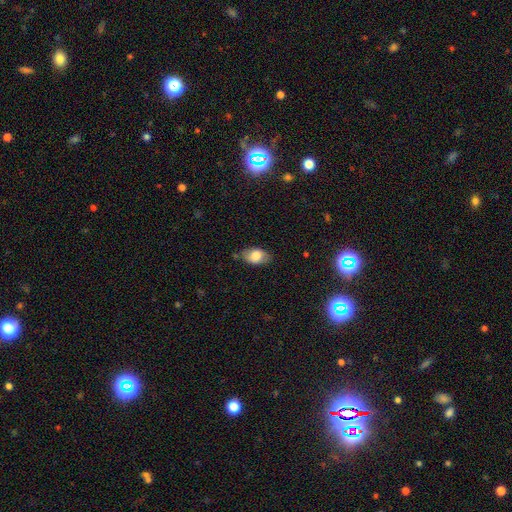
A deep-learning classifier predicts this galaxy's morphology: This appears to be a smooth galaxy with no disk features (77%) that is in between round and cigar-shaped (90%). Merging: none (76%).